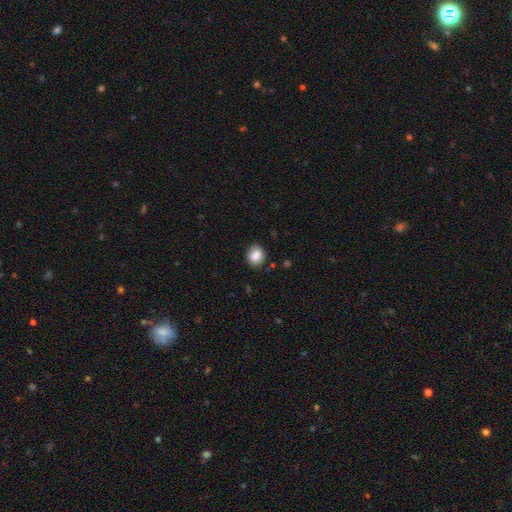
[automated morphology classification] type=smooth (86%); roundness=round (54%); merging=none (79%).